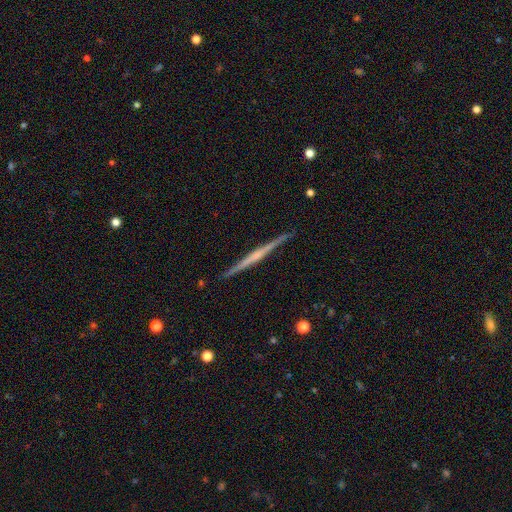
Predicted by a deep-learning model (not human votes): featured or disk 76%, smooth 19%, star or artifact 5%. Down the decision tree: edge-on disk — yes (98%); edge-on bulge — none (44%); merging — none (92%).